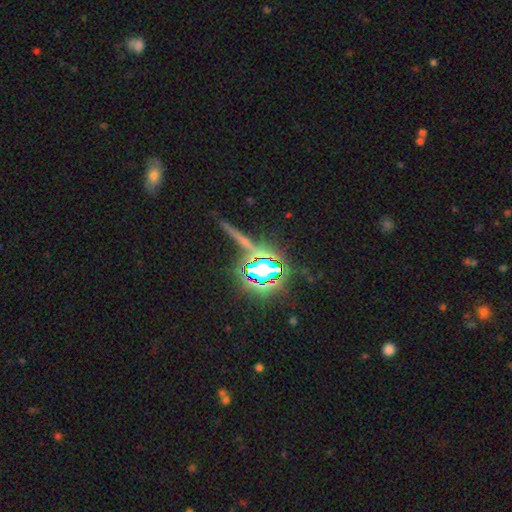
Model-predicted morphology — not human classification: star or artifact 81%, smooth 10%, featured or disk 9%.